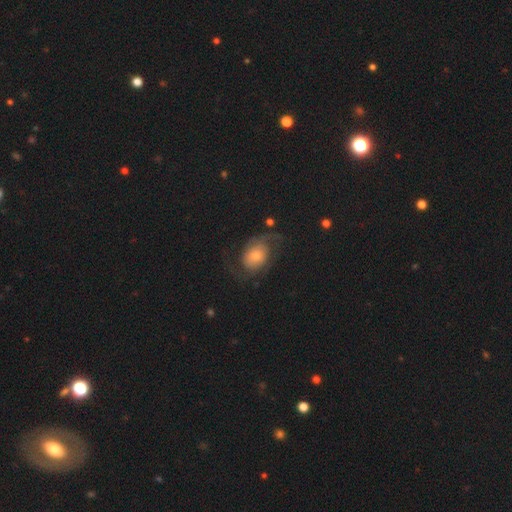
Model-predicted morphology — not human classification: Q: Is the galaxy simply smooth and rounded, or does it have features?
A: featured or disk — 64%.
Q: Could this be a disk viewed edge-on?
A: no — 97%.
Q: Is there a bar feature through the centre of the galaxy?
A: no — 74%.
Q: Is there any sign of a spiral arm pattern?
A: yes — 89%.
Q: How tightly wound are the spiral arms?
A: loose — 48%.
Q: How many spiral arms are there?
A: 2 — 81%.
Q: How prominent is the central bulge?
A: small — 42%, tied with moderate.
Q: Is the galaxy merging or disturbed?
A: none — 58%.